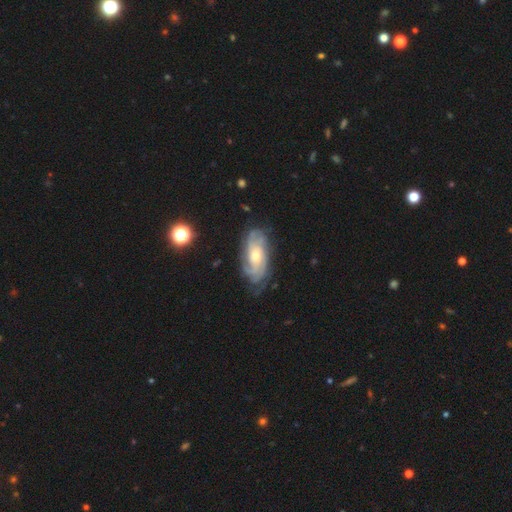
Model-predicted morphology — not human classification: A featured or disk galaxy (83%) with no bar (68%), tight (64%) spiral arms (95%) and a moderate central bulge (52%). Merging: none (71%).